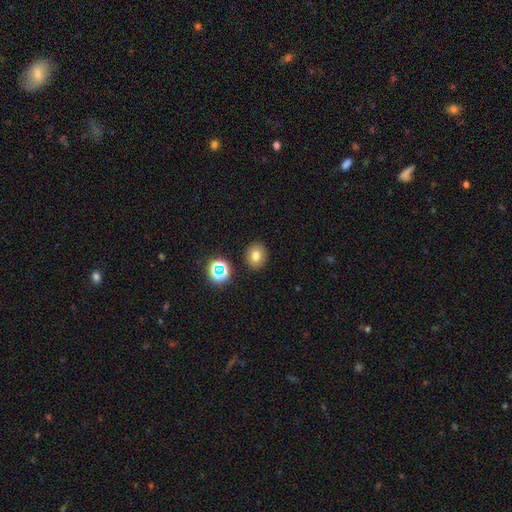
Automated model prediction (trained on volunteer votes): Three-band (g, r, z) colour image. It shows a smooth galaxy with no disk features (74%) that is round (72%). Merging: none (88%).